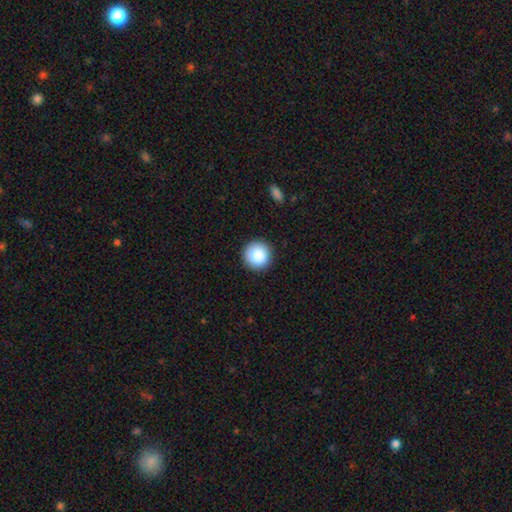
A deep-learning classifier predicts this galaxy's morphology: smooth-or-featured: smooth: 88% | star or artifact: 8% | featured or disk: 4%
  how-rounded: round: 96% | in between: 3% | cigar-shaped: 1%
  merging: none: 92% | minor disturbance: 6% | major disturbance: 2% | merger: 1%